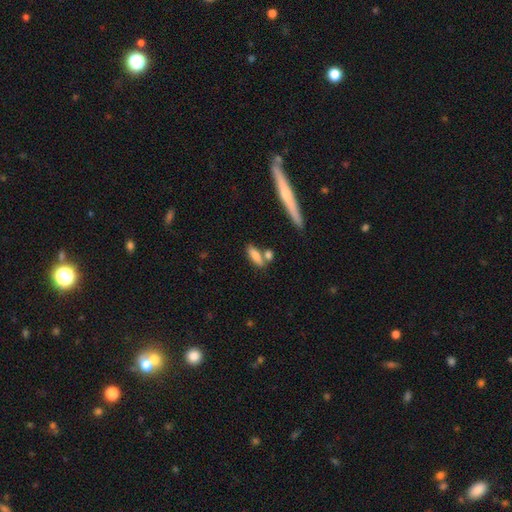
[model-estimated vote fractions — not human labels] smooth 77%, featured or disk 15%, star or artifact 8%. Down the decision tree: how rounded — in between (51%); merging — none (57%).